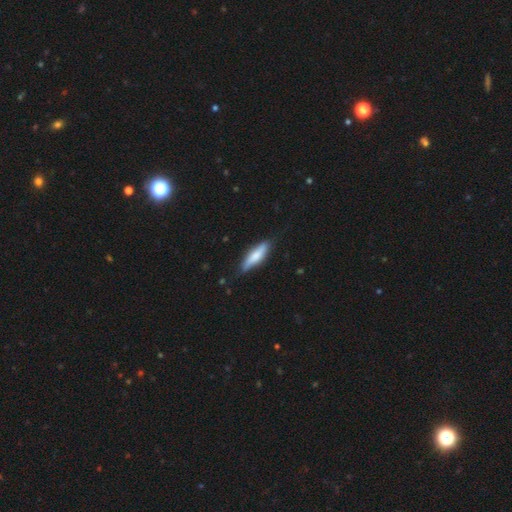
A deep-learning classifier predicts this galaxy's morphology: The model was most divided on "how rounded": cigar-shaped: 63%, in between: 36%, round: 2%. More confident: merging — none (78%); smooth or featured — smooth (67%).